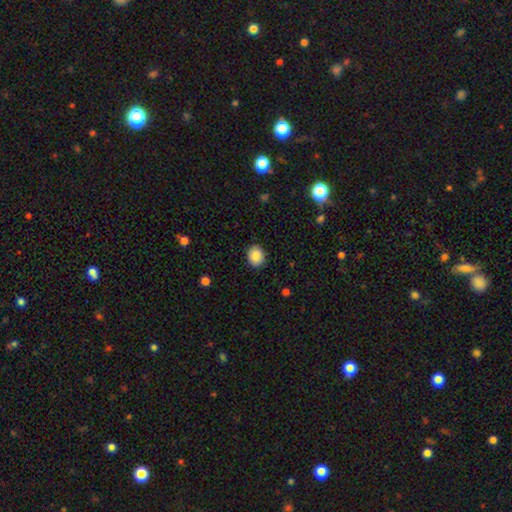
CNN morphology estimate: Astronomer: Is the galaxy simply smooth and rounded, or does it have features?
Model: smooth — 88%.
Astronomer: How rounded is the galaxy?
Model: round — 56% (runner-up: in between, 43%).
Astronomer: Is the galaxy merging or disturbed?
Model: none — 88%.